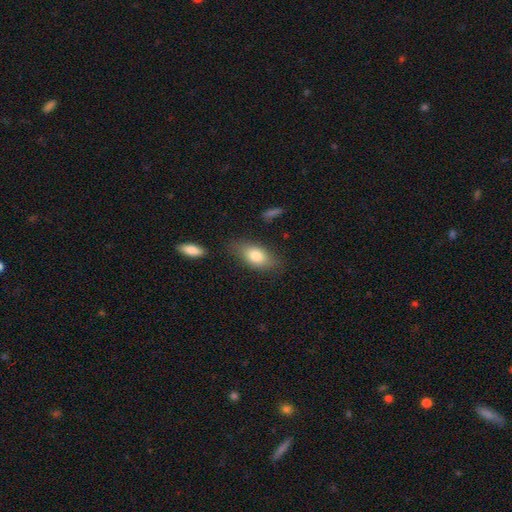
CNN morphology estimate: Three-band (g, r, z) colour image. It shows a smooth galaxy with no disk features (80%) that is in between round and cigar-shaped (87%). Merging: none (75%).